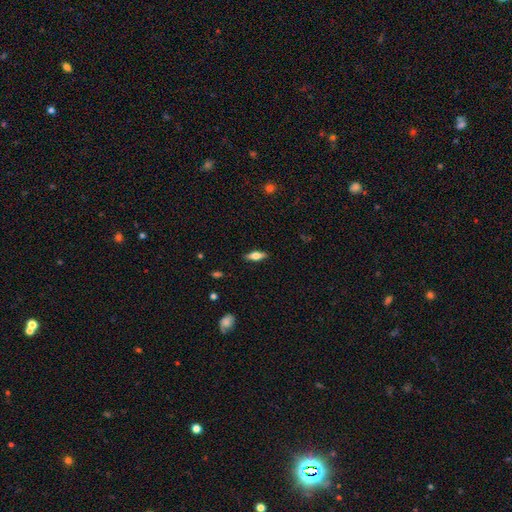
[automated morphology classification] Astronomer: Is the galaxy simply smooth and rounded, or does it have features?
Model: smooth — 56% (runner-up: featured or disk, 37%).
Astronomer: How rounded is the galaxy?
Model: in between — 62%.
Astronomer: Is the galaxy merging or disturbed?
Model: none — 88%.